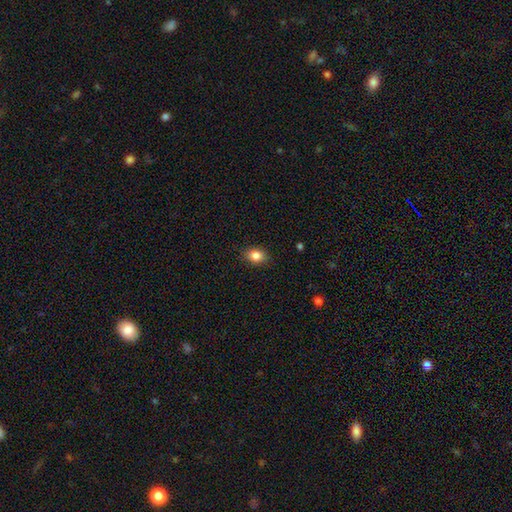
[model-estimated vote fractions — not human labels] This is clearly a smooth galaxy (84%). How rounded: likely in between (64%). Merging: clearly none (88%).